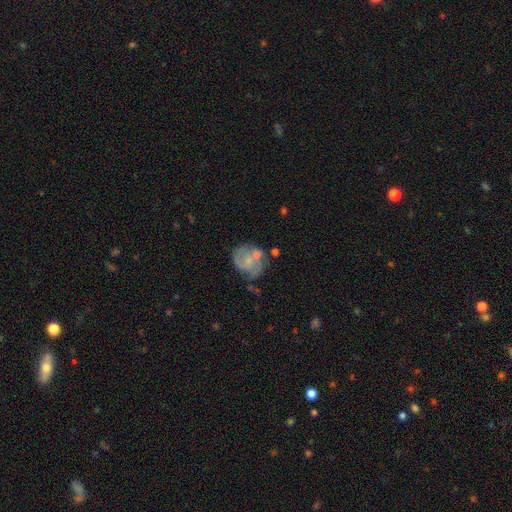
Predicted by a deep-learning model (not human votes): Smooth or featured: featured or disk — 61% (smooth — 31%)
Edge-on disk: no — 98% (yes — 2%)
Bar: no — 73% (weak — 24%)
Spiral arms: yes — 73% (no — 27%)
Bulge size: small — 60% (moderate — 20%)
Merging: none — 49% (minor disturbance — 25%)